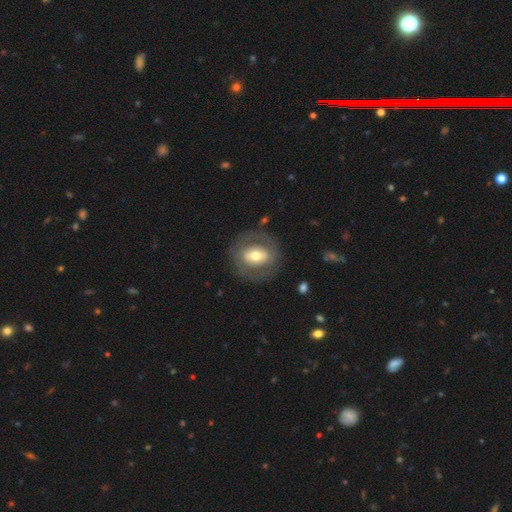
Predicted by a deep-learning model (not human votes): This is possibly a featured or disk galaxy (54%). It is clearly not viewed edge-on (94%). Bar: marginally no (41%). Spiral arm pattern: likely no (72%). Central bulge: likely moderate (65%). Merging: likely none (78%).